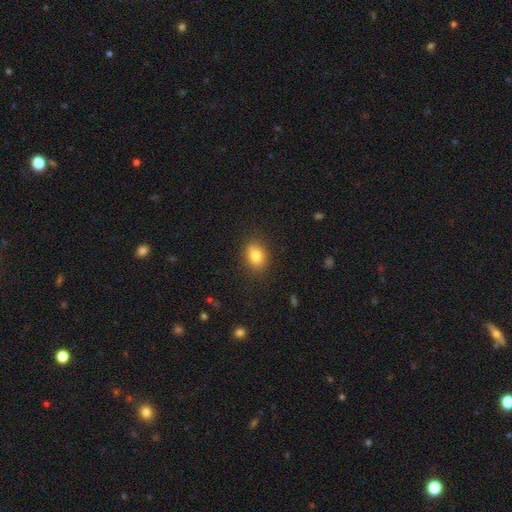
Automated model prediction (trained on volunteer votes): The model was most divided on "how rounded": in between: 66%, round: 33%, cigar-shaped: 1%. More confident: merging — none (85%); smooth or featured — smooth (83%).